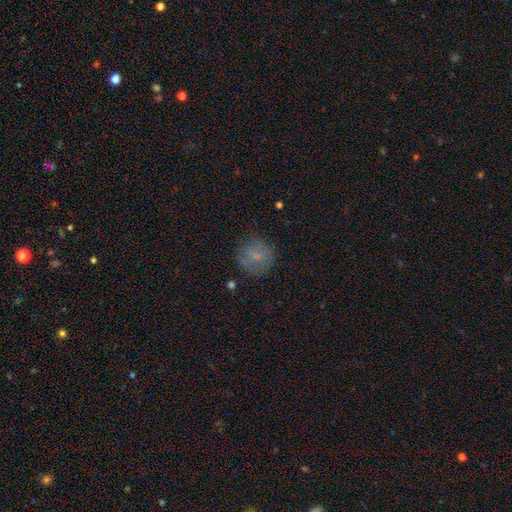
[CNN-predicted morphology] Smooth or featured? Predicted: smooth (p=0.67). How rounded? Predicted: round (p=0.92). Merging? Predicted: none (p=0.79).